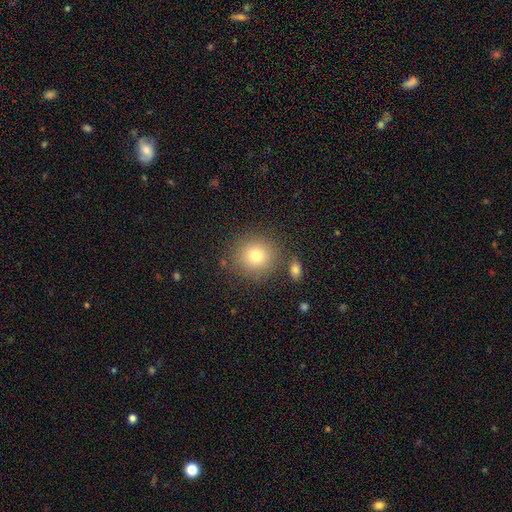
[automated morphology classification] The model was most divided on "smooth or featured": smooth: 77%, star or artifact: 13%, featured or disk: 10%. More confident: how rounded — round (91%); merging — none (82%).